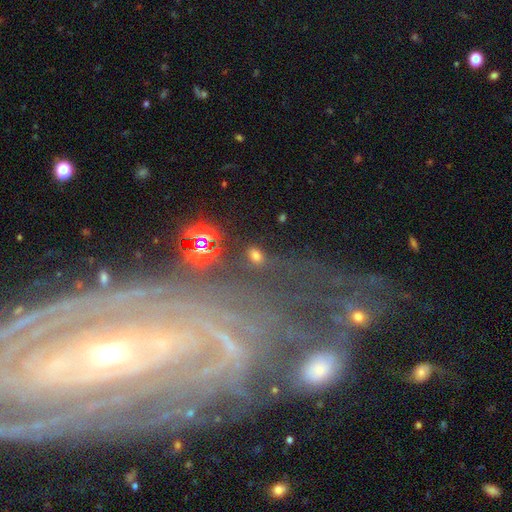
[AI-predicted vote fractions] A smooth galaxy with no disk features (60%) that is in between round and cigar-shaped (79%).

Vote fractions:
- Smooth or featured? smooth: 60% / star or artifact: 31% / featured or disk: 9%
- How rounded? in between: 79% / round: 17% / cigar-shaped: 3%
- Merging? none: 76% / minor disturbance: 12% / major disturbance: 7% / merger: 5%